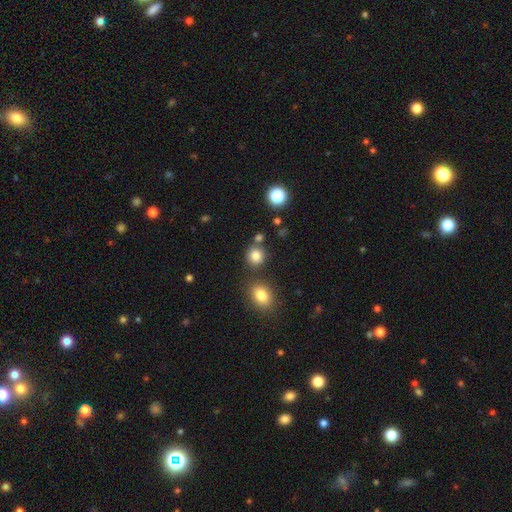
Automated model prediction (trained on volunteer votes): Smooth or featured?
  - smooth: 83% *
  - star or artifact: 12%
  - featured or disk: 5%
How rounded?
  - round: 85% *
  - in between: 14%
  - cigar-shaped: 1%
Merging?
  - none: 77% *
  - merger: 11%
  - minor disturbance: 9%
  - major disturbance: 3%